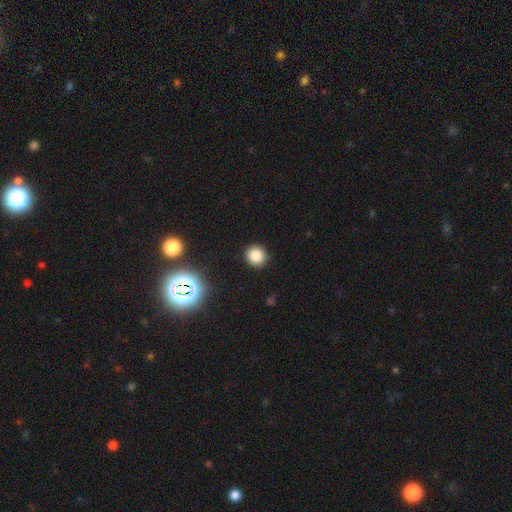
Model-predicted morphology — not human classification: Overall: smooth (81%). How rounded: round (88%). Merging: none (91%).